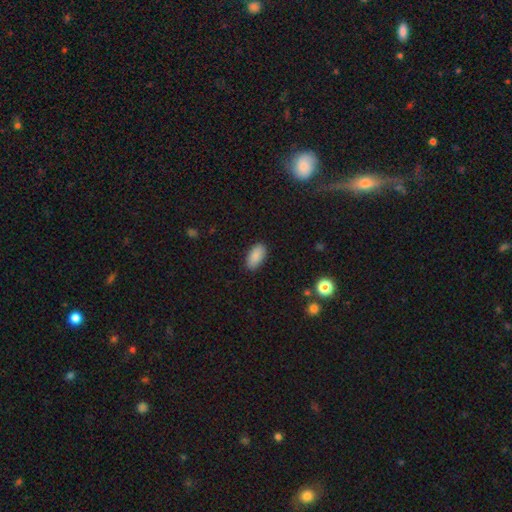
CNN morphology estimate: This is clearly a smooth galaxy (89%). How rounded: clearly in between (93%). Merging: clearly none (87%).